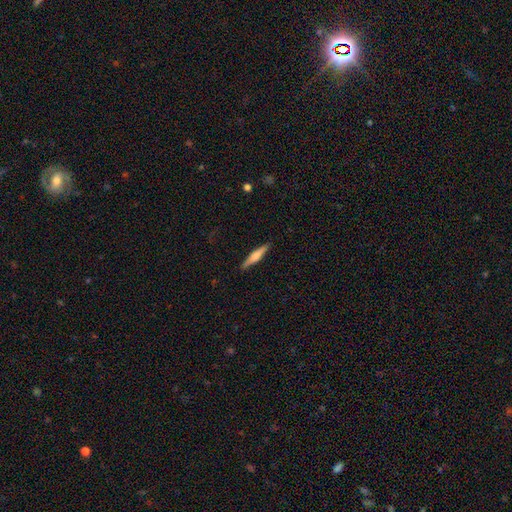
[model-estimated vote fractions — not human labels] smooth_or_featured: smooth (p=0.48) [alt: featured or disk p=0.46]
merging: none (p=0.90) [alt: minor disturbance p=0.07]